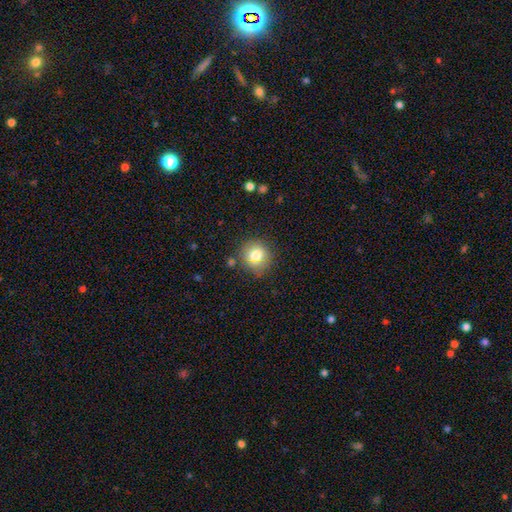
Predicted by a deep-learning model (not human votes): Q: Smooth or featured?
A: smooth (77%); runner-up: star or artifact (12%)
Q: How rounded?
A: round (84%); runner-up: in between (15%)
Q: Merging?
A: none (77%); runner-up: minor disturbance (14%)